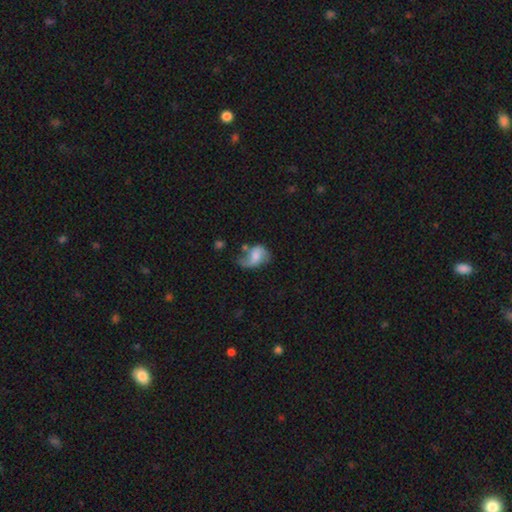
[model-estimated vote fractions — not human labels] Smooth or featured? featured or disk (58%)
Edge-on disk? no (97%)
Bar? no (43%, tied with weak)
Spiral arms? yes (85%)
Bulge size? moderate (32%)
Merging? none (35%)